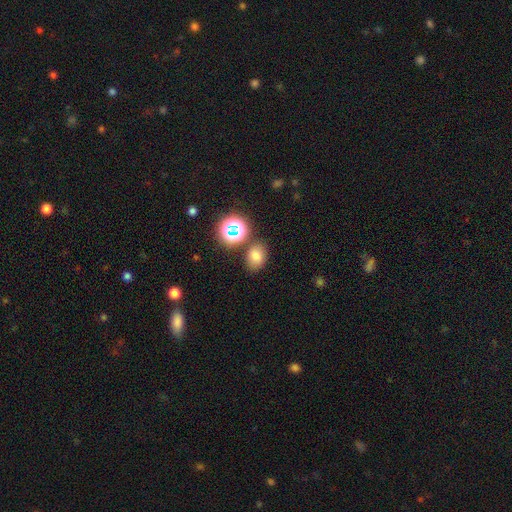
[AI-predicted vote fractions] A smooth galaxy with no disk features (72%) that is in between round and cigar-shaped (63%).

Vote fractions:
- Smooth or featured? smooth: 72% / star or artifact: 20% / featured or disk: 8%
- How rounded? in between: 63% / round: 36% / cigar-shaped: 1%
- Merging? none: 75% / minor disturbance: 13% / merger: 8% / major disturbance: 4%